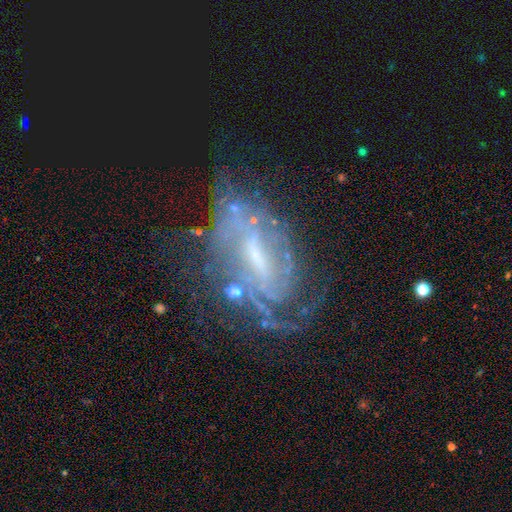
Q: Smooth or featured?
A: featured or disk (85%); runner-up: smooth (12%)
Q: Edge-on disk?
A: no (97%); runner-up: yes (3%)
Q: Bar?
A: no (39%); runner-up: weak (36%)
Q: Spiral arms?
A: yes (94%); runner-up: no (6%)
Q: Spiral winding?
A: medium (45%); runner-up: tight (42%)
Q: Spiral arm count?
A: can't tell (52%); runner-up: 2 (16%)
Q: Bulge size?
A: moderate (64%); runner-up: small (30%)
Q: Merging?
A: none (56%); runner-up: major disturbance (23%)